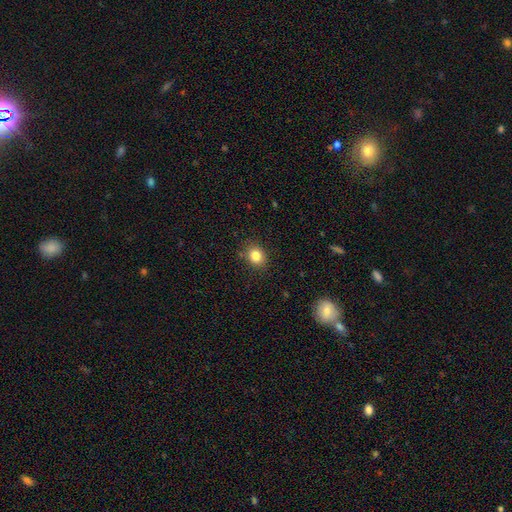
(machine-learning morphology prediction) type=smooth (84%); roundness=round (62%); merging=none (87%).